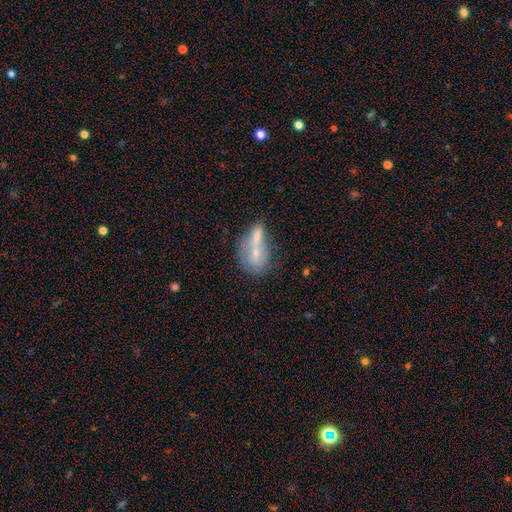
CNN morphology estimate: Smooth or featured? smooth (61%)
How rounded? in between (61%)
Merging? merger (41%)